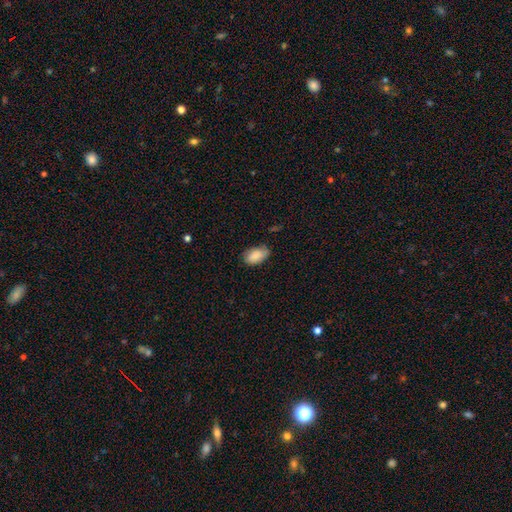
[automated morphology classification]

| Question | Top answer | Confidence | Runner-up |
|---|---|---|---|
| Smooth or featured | smooth | 86% | featured or disk (7%) |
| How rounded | in between | 92% | round (6%) |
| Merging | none | 67% | minor disturbance (26%) |